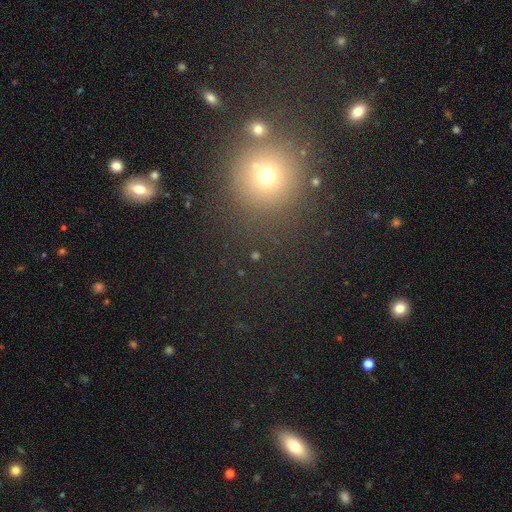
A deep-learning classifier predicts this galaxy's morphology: smooth_or_featured: smooth (p=0.53) [alt: star or artifact p=0.38]
how_rounded: round (p=0.89) [alt: in between p=0.09]
merging: none (p=0.83) [alt: minor disturbance p=0.08]